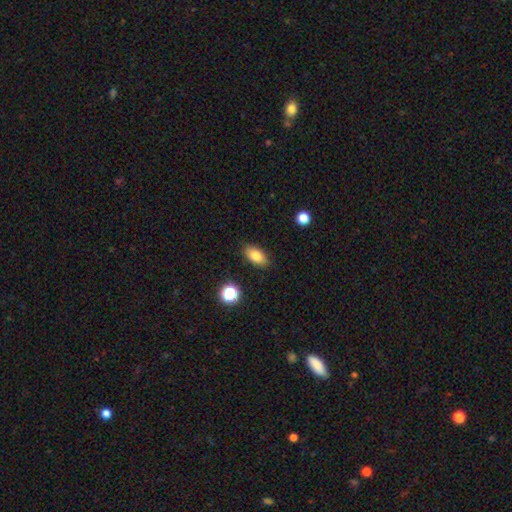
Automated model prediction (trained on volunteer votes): Smooth or featured? Predicted: smooth (p=0.83). How rounded? Predicted: in between (p=0.90). Merging? Predicted: none (p=0.86).